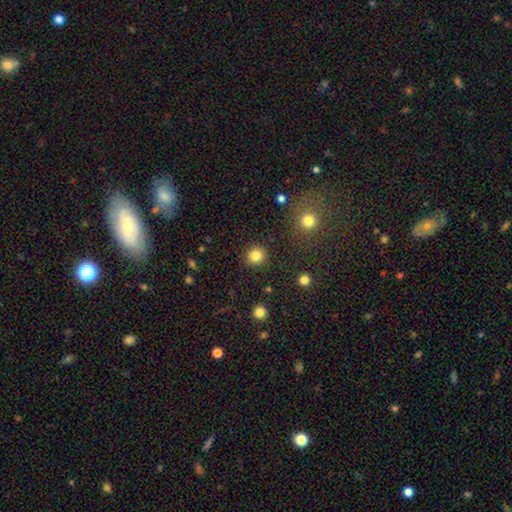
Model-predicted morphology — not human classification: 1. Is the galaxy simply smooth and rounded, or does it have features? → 83% smooth, 12% star or artifact, 5% featured or disk.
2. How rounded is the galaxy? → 92% round, 7% in between, 1% cigar-shaped.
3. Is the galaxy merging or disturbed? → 91% none, 5% minor disturbance, 2% major disturbance, 1% merger.